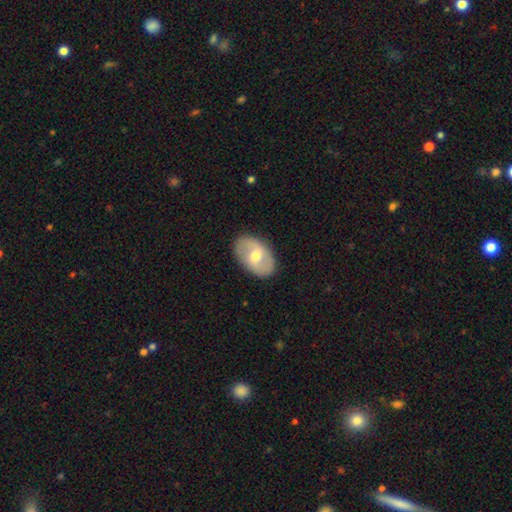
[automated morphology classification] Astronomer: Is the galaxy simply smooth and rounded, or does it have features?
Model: featured or disk — 53% (runner-up: smooth, 42%).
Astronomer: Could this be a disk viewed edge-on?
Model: no — 94%.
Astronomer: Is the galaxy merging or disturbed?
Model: none — 86%.